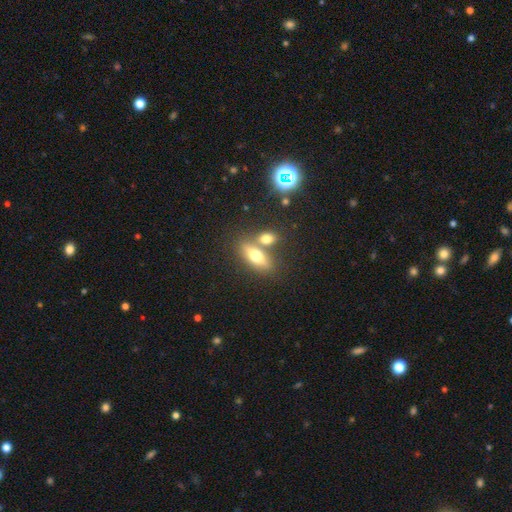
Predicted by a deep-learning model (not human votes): The model was most divided on "merging": none: 53%, merger: 34%, minor disturbance: 9%, major disturbance: 4%. More confident: how rounded — in between (66%); smooth or featured — smooth (60%).